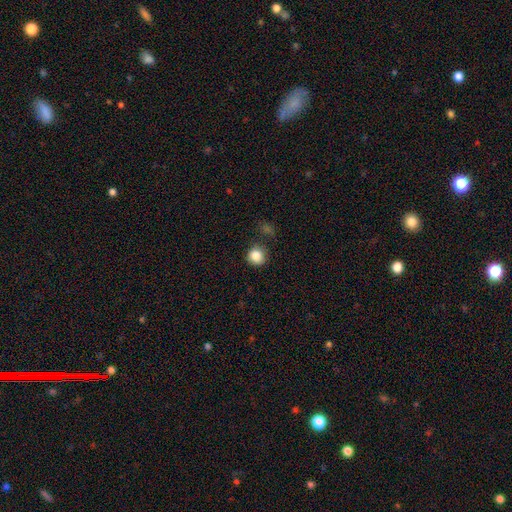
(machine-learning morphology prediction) This is clearly a smooth galaxy (85%). How rounded: clearly round (90%). Merging: likely none (79%).